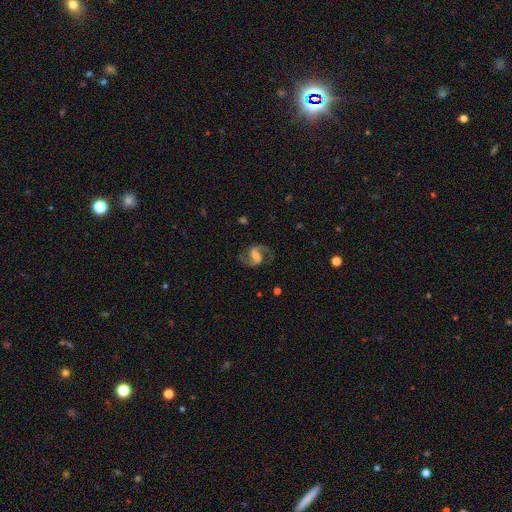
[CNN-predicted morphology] Smooth or featured? featured or disk (90%)
Edge-on disk? no (98%)
Bar? weak (50%)
Spiral arms? yes (98%)
Spiral winding? medium (61%)
Spiral arm count? 2 (94%)
Bulge size? moderate (40%)
Merging? none (81%)